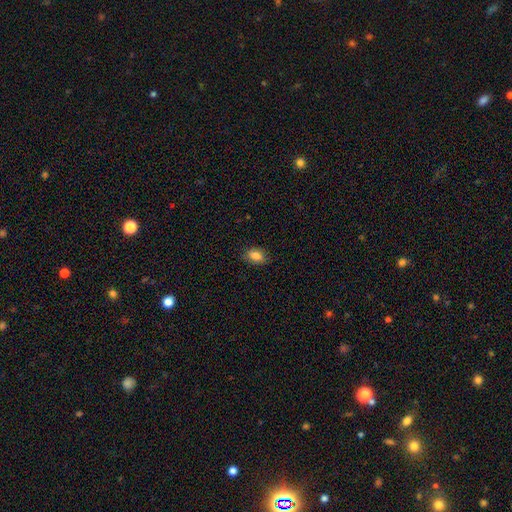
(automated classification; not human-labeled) smooth-or-featured: smooth: 86% | star or artifact: 8% | featured or disk: 6%
  how-rounded: in between: 86% | round: 12% | cigar-shaped: 2%
  merging: none: 83% | minor disturbance: 13% | major disturbance: 3% | merger: 1%